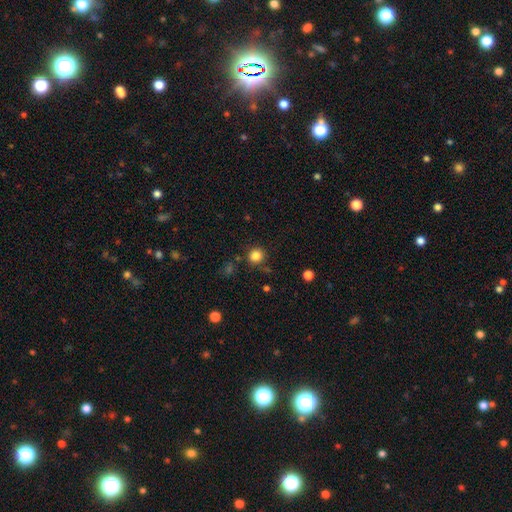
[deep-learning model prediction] Q: Smooth or featured?
A: smooth (83%); runner-up: star or artifact (12%)
Q: How rounded?
A: round (90%); runner-up: in between (9%)
Q: Merging?
A: none (83%); runner-up: minor disturbance (10%)